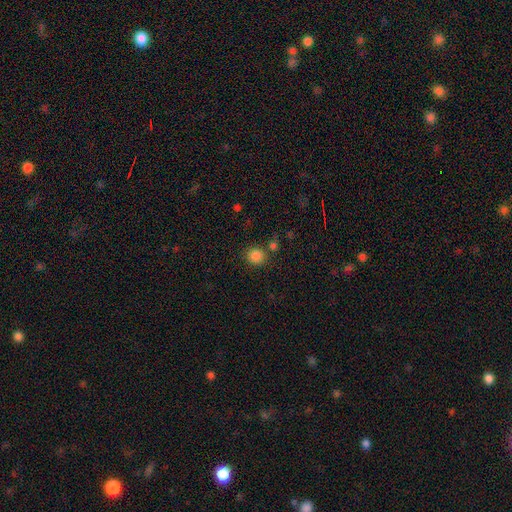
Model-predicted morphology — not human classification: Smooth or featured? Predicted: smooth (p=0.84). How rounded? Predicted: round (p=0.85). Merging? Predicted: none (p=0.78).